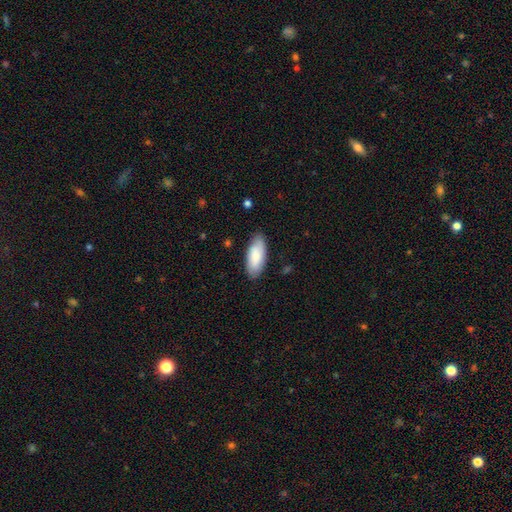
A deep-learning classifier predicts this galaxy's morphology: Smooth or featured?
  - smooth: 82% *
  - featured or disk: 13%
  - star or artifact: 5%
How rounded?
  - in between: 83% *
  - cigar-shaped: 15%
  - round: 2%
Merging?
  - none: 84% *
  - minor disturbance: 13%
  - major disturbance: 2%
  - merger: 1%